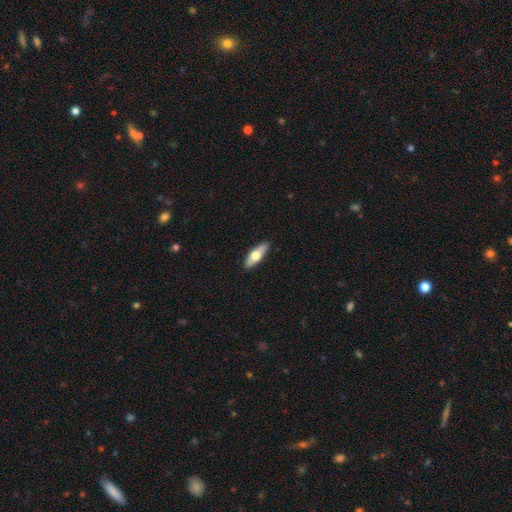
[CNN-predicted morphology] Smooth or featured: smooth — 60% (featured or disk — 35%)
How rounded: in between — 61% (cigar-shaped — 37%)
Merging: none — 89% (minor disturbance — 8%)